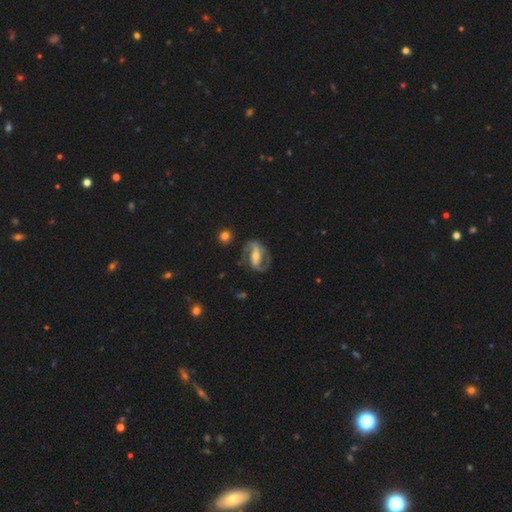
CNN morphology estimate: This is clearly a featured or disk galaxy (87%). It is clearly not viewed edge-on (96%). Bar: likely strong (61%). Spiral arm pattern: clearly yes (94%). Spiral arm count: clearly 2 (91%). Spiral winding: possibly medium (51%). Central bulge: possibly moderate (55%). Merging: likely none (76%).